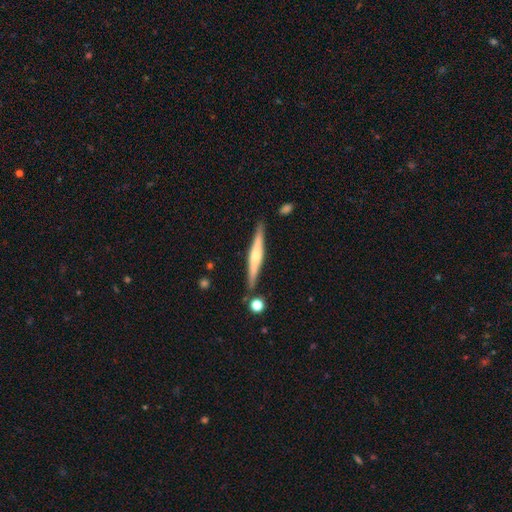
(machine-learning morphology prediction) Smooth or featured: featured or disk — 64% (smooth — 30%)
Edge-on disk: yes — 97% (no — 3%)
Edge-on bulge: rounded — 76% (none — 13%)
Merging: none — 87% (minor disturbance — 9%)